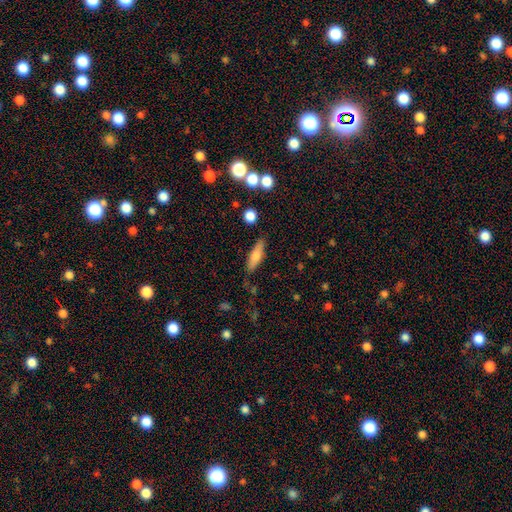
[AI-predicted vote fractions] The model was most divided on "how rounded": cigar-shaped: 56%, in between: 41%, round: 3%. More confident: merging — none (82%); smooth or featured — smooth (66%).